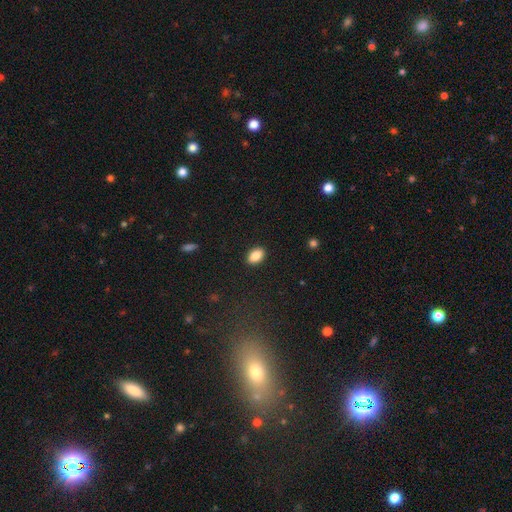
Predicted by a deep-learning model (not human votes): Overall: smooth (86%). How rounded: in between (89%). Merging: none (89%).